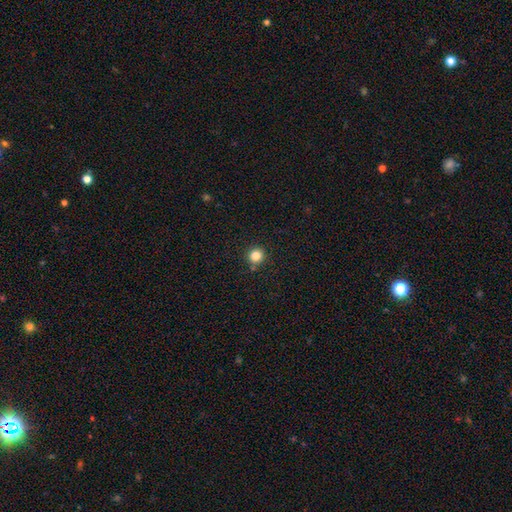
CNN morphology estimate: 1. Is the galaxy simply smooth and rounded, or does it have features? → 83% smooth, 12% star or artifact, 4% featured or disk.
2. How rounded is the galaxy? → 94% round, 5% in between, 1% cigar-shaped.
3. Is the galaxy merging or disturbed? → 88% none, 7% minor disturbance, 4% merger, 2% major disturbance.